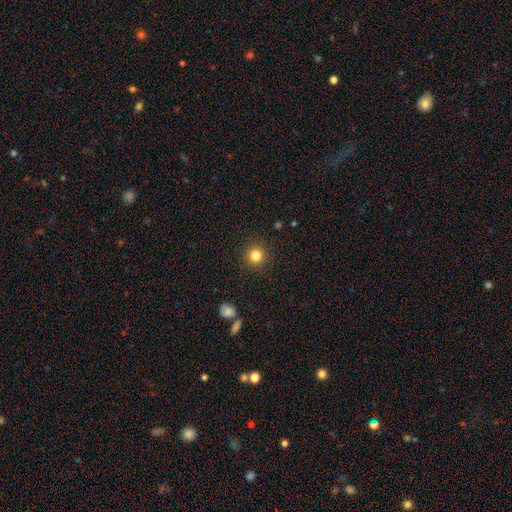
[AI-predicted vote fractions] Morphology: type=smooth (83%); roundness=round (94%); merging=none (91%).